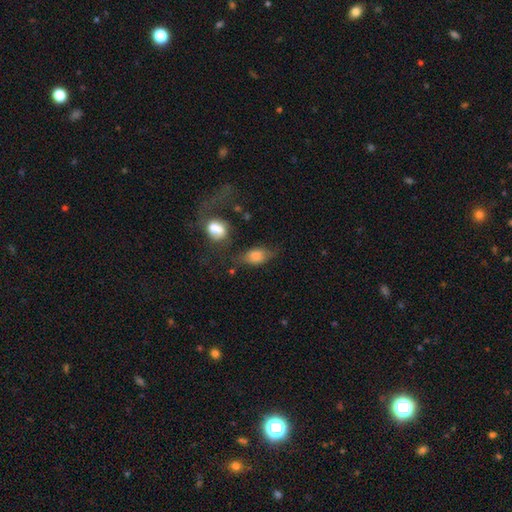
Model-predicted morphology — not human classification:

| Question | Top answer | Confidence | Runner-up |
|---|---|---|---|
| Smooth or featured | smooth | 70% | featured or disk (18%) |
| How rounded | in between | 82% | round (14%) |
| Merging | none | 49% | minor disturbance (23%) |